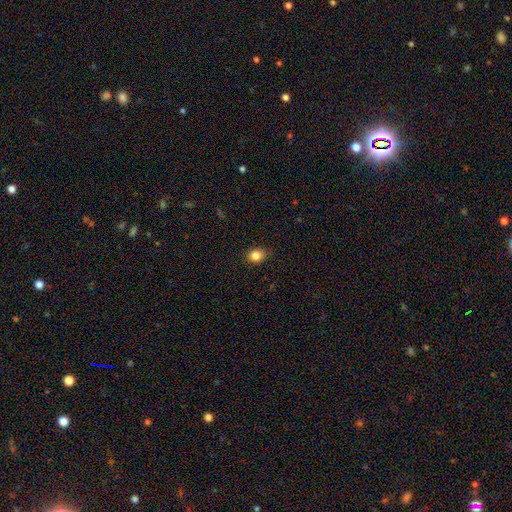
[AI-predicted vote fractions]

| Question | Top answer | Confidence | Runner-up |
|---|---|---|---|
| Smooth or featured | smooth | 84% | star or artifact (10%) |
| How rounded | round | 53% | in between (46%) |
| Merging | none | 85% | minor disturbance (12%) |